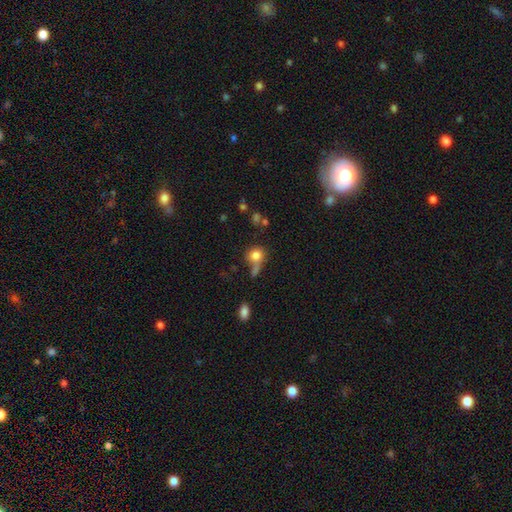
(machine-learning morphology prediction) smooth-or-featured: smooth: 81% | star or artifact: 11% | featured or disk: 9%
  how-rounded: round: 74% | in between: 24% | cigar-shaped: 1%
  merging: none: 51% | merger: 24% | minor disturbance: 16% | major disturbance: 9%